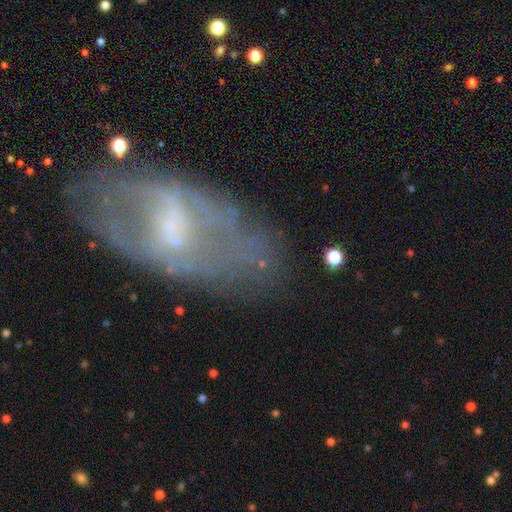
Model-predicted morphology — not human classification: This appears to be a featured or disk galaxy (64%) with a weak bar (42%, tied with no), no spiral arms (51%) and a small central bulge (45%). Merging: none (64%).